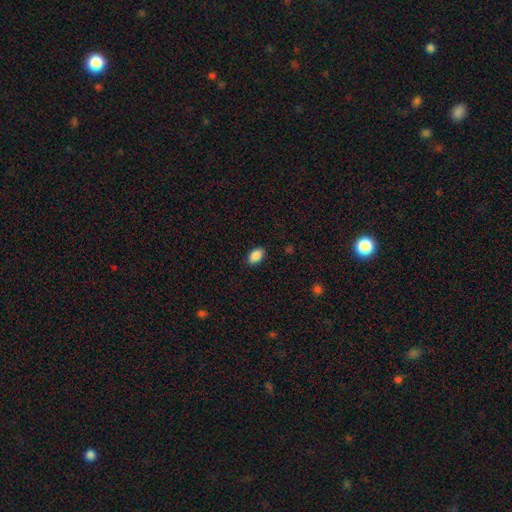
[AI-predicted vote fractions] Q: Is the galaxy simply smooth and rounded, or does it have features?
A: smooth — 89%.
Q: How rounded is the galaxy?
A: in between — 91%.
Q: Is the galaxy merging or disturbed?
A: none — 88%.